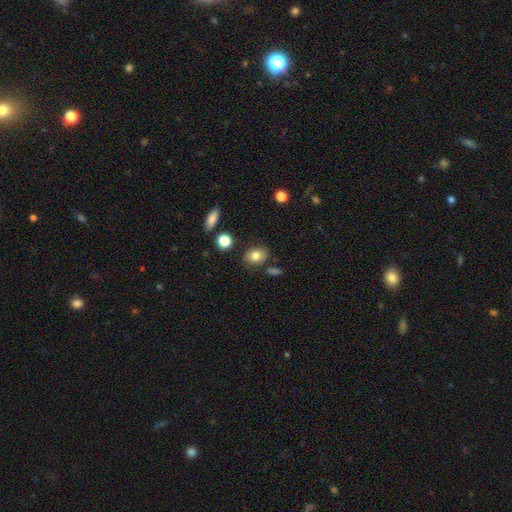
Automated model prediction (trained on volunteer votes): This is clearly a smooth galaxy (80%). How rounded: likely in between (67%). Merging: clearly none (81%).